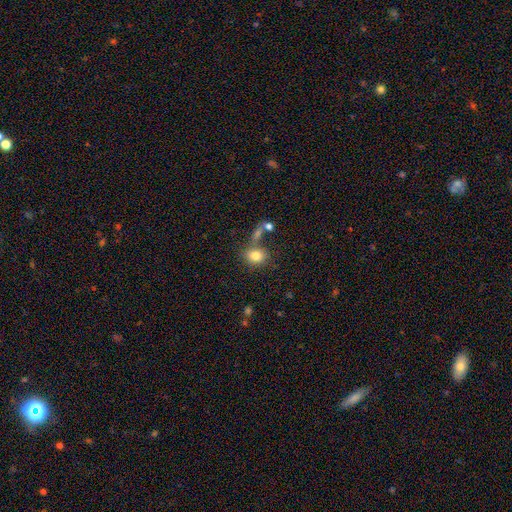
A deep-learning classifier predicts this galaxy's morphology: Smooth or featured?
  - smooth: 80% *
  - star or artifact: 11%
  - featured or disk: 9%
How rounded?
  - in between: 50% *
  - round: 49%
  - cigar-shaped: 1%
Merging?
  - none: 59% *
  - merger: 19%
  - minor disturbance: 14%
  - major disturbance: 8%